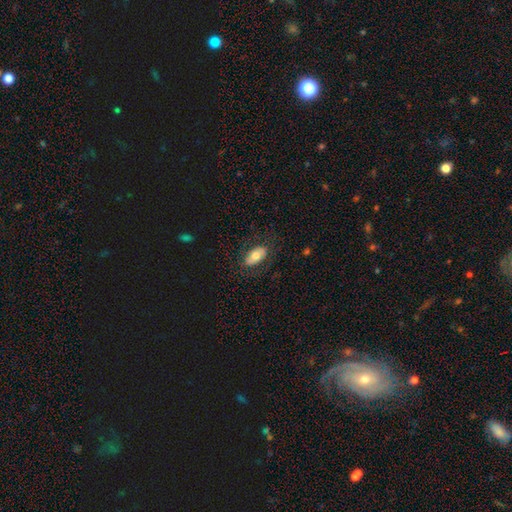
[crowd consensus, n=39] This is likely a smooth galaxy (72%). How rounded: clearly in between (89%). Merging: likely none (74%).